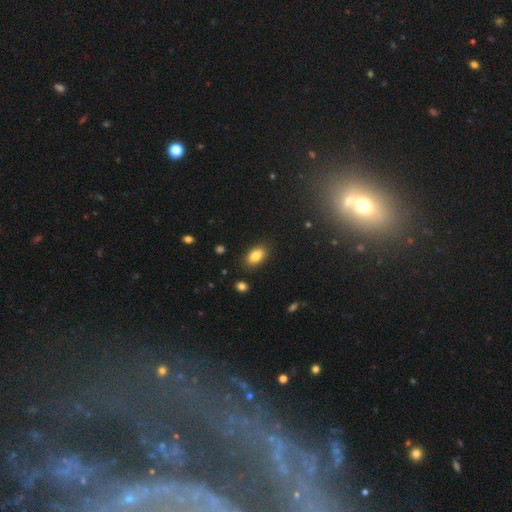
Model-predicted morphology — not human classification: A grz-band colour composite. It shows a smooth galaxy with no disk features (85%) that is in between round and cigar-shaped (91%). Merging: none (87%).